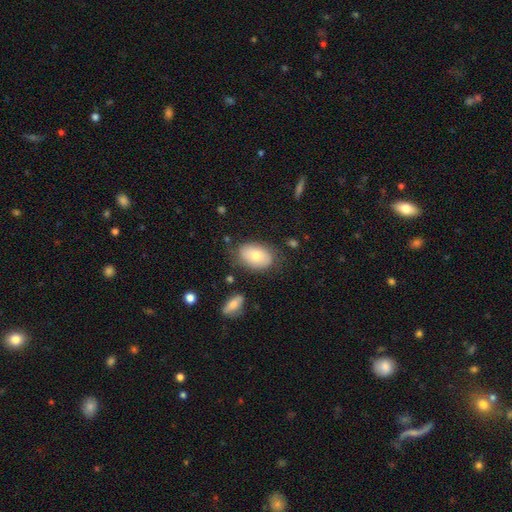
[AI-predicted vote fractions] Q: Smooth or featured?
A: smooth (74%); runner-up: featured or disk (19%)
Q: How rounded?
A: in between (88%); runner-up: round (11%)
Q: Merging?
A: none (72%); runner-up: minor disturbance (19%)